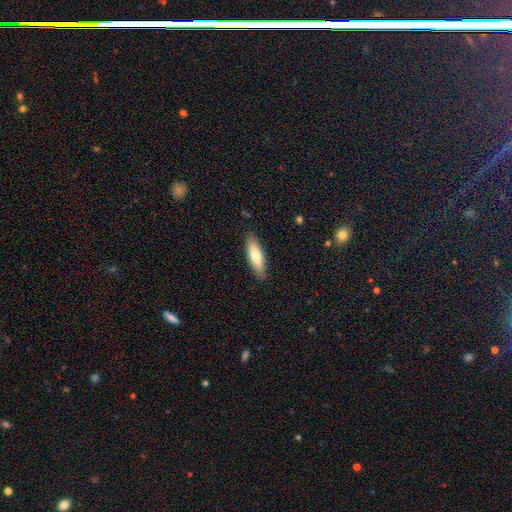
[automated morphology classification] smooth-or-featured: smooth: 68% | featured or disk: 26% | star or artifact: 6%
  how-rounded: cigar-shaped: 50% | in between: 49% | round: 2%
  merging: none: 87% | minor disturbance: 10% | major disturbance: 2% | merger: 1%